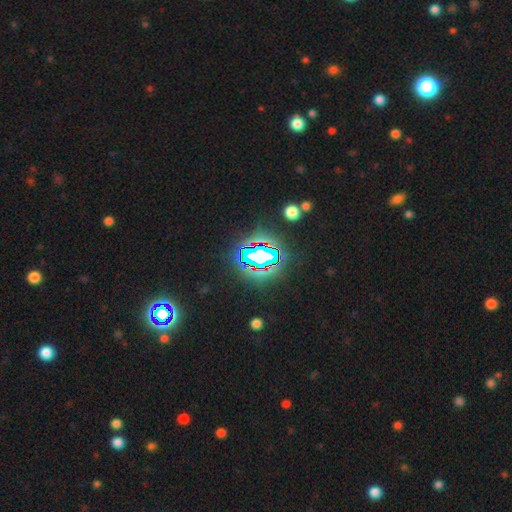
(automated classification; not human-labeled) Smooth or featured: star or artifact — 76% (smooth — 14%)